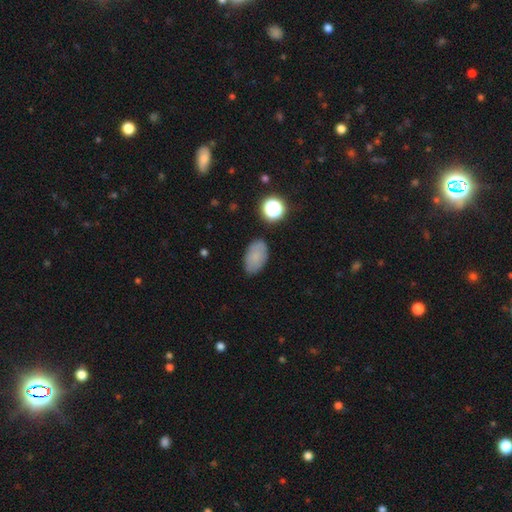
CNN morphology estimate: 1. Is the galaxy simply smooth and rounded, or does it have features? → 77% smooth, 12% featured or disk, 11% star or artifact.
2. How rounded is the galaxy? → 91% in between, 8% round, 2% cigar-shaped.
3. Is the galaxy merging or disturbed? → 81% none, 14% minor disturbance, 3% major disturbance, 2% merger.